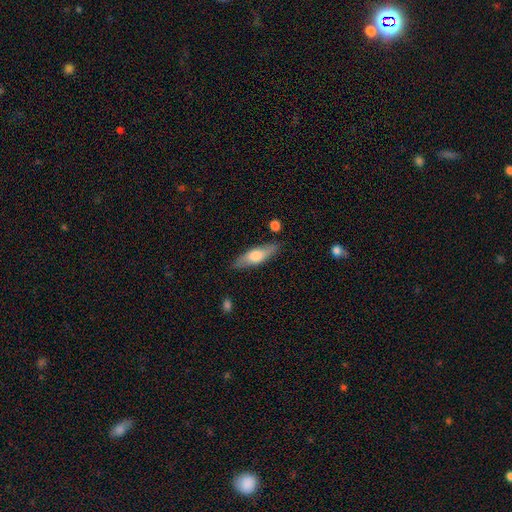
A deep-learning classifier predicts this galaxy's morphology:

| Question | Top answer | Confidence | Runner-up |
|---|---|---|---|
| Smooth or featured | smooth | 58% | featured or disk (37%) |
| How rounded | cigar-shaped | 50% | in between (47%) |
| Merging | none | 80% | minor disturbance (14%) |